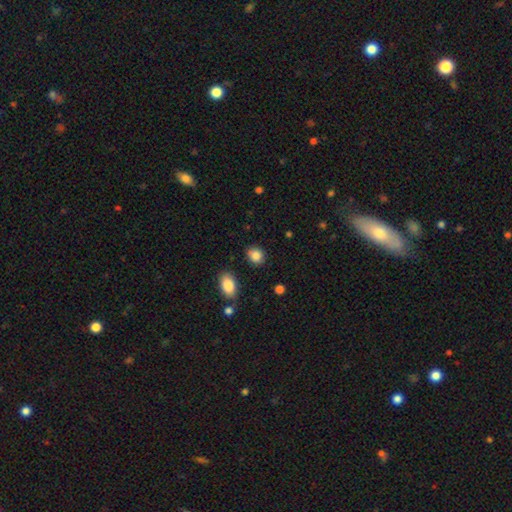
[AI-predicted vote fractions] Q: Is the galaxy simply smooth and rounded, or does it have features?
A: smooth — 86%.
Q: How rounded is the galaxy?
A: round — 62%.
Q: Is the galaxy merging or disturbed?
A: none — 85%.